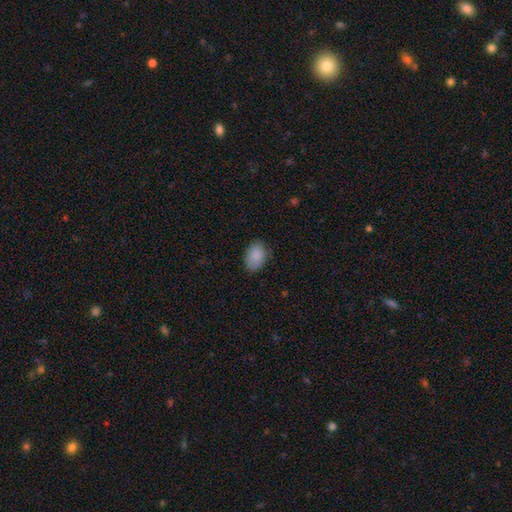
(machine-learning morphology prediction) Overall: smooth (89%). How rounded: in between (84%). Merging: none (81%).